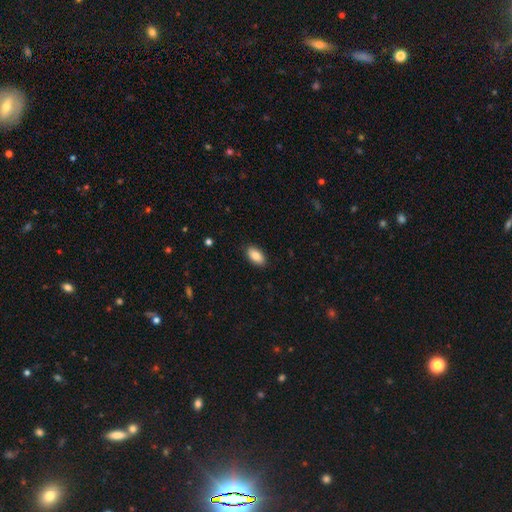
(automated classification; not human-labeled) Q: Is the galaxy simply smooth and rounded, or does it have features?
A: smooth — 86%.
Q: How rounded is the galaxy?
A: in between — 94%.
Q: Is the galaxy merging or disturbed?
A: none — 88%.